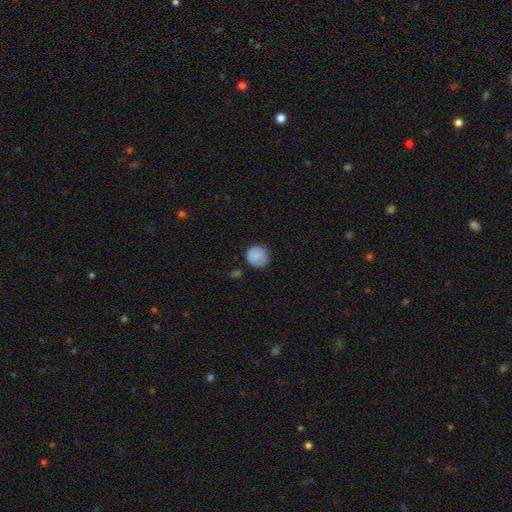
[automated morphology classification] A smooth galaxy with no disk features (86%) that is round (90%). Merging: none (81%).